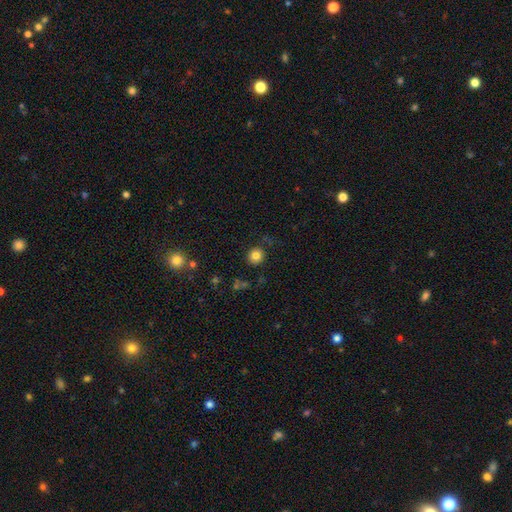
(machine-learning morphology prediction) Q: Smooth or featured?
A: smooth (81%); runner-up: star or artifact (12%)
Q: How rounded?
A: round (89%); runner-up: in between (10%)
Q: Merging?
A: none (86%); runner-up: minor disturbance (9%)